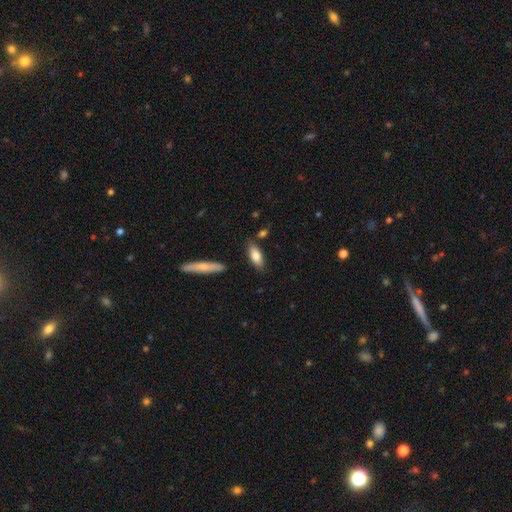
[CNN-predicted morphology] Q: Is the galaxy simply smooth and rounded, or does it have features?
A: smooth — 77%.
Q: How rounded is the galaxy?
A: in between — 73%.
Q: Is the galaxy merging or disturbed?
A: none — 80%.